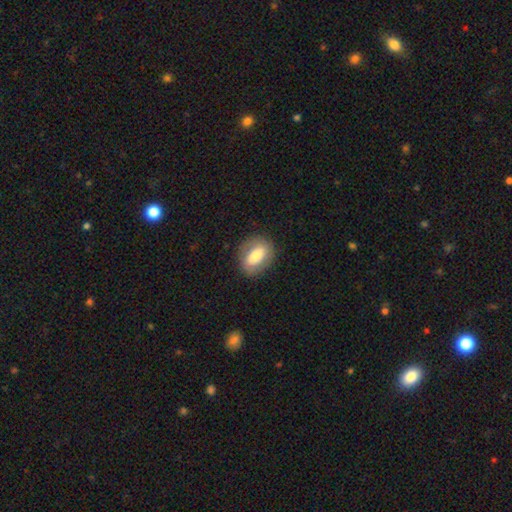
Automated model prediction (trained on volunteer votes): A smooth galaxy with no disk features (69%) that is in between round and cigar-shaped (79%). Merging: none (82%).